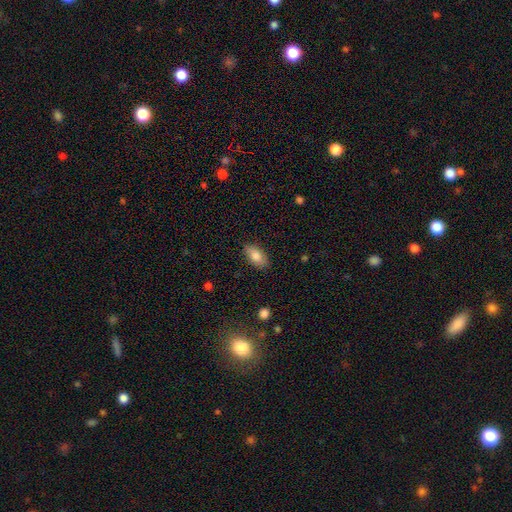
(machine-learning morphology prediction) Smooth or featured: smooth — 81% (featured or disk — 12%)
How rounded: in between — 91% (cigar-shaped — 6%)
Merging: none — 86% (minor disturbance — 11%)